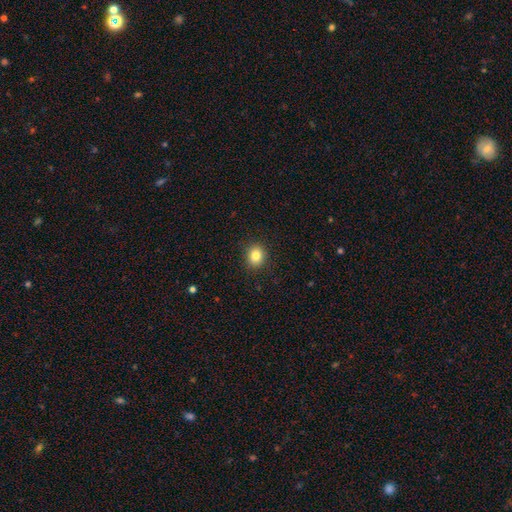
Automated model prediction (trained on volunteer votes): A smooth galaxy with no disk features (83%) that is round (73%).

Vote fractions:
- Smooth or featured? smooth: 83% / star or artifact: 11% / featured or disk: 6%
- How rounded? round: 73% / in between: 26% / cigar-shaped: 1%
- Merging? none: 90% / minor disturbance: 7% / major disturbance: 2% / merger: 1%